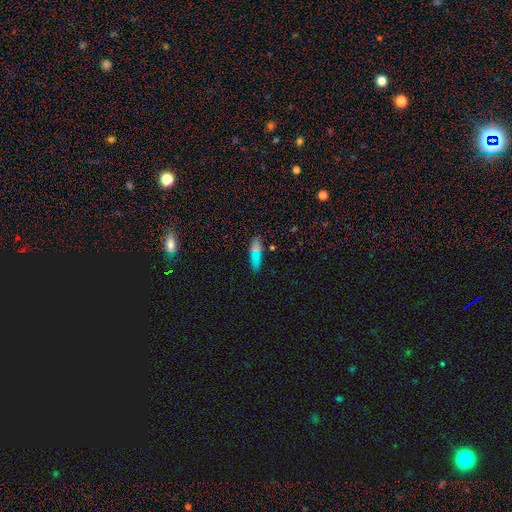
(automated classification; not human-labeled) Smooth or featured? Predicted: smooth (p=0.73). How rounded? Predicted: in between (p=0.49). Merging? Predicted: none (p=0.84).